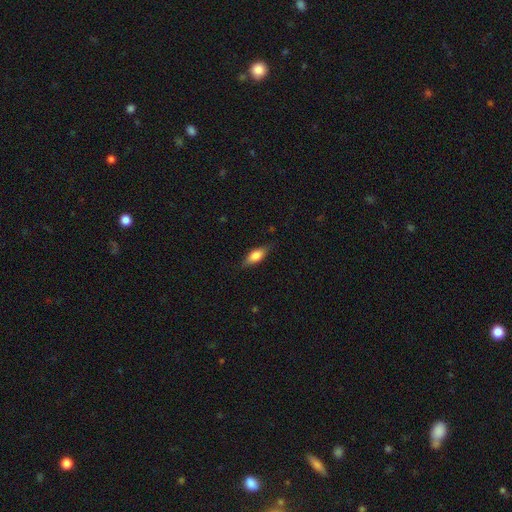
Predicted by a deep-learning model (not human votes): Q: Smooth or featured?
A: smooth (69%); runner-up: featured or disk (24%)
Q: How rounded?
A: in between (75%); runner-up: cigar-shaped (21%)
Q: Merging?
A: none (79%); runner-up: minor disturbance (17%)